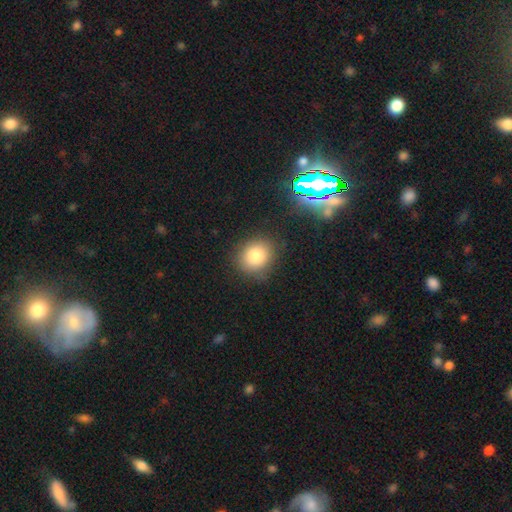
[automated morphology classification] Smooth or featured: smooth — 82% (star or artifact — 11%)
How rounded: round — 71% (in between — 28%)
Merging: none — 82% (minor disturbance — 12%)